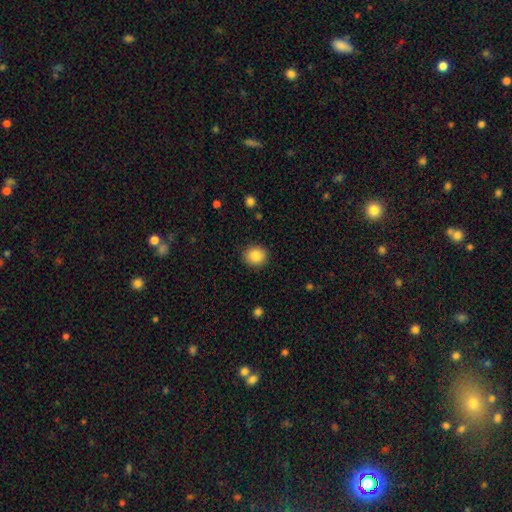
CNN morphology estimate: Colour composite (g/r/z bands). It shows a smooth galaxy with no disk features (88%) that is round (76%). Merging: none (89%).